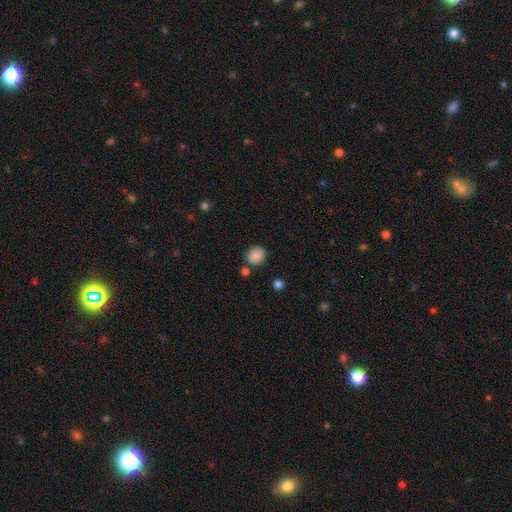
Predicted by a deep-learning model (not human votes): Smooth or featured?
  - smooth: 85% *
  - star or artifact: 9%
  - featured or disk: 6%
How rounded?
  - round: 73% *
  - in between: 26%
  - cigar-shaped: 1%
Merging?
  - none: 77% *
  - minor disturbance: 13%
  - merger: 7%
  - major disturbance: 3%